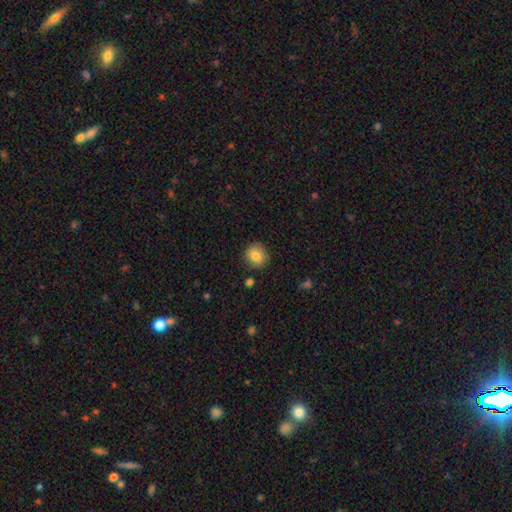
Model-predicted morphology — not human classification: smooth-or-featured: smooth: 82% | star or artifact: 9% | featured or disk: 8%
  how-rounded: round: 84% | in between: 15% | cigar-shaped: 1%
  merging: none: 85% | minor disturbance: 10% | major disturbance: 2% | merger: 2%